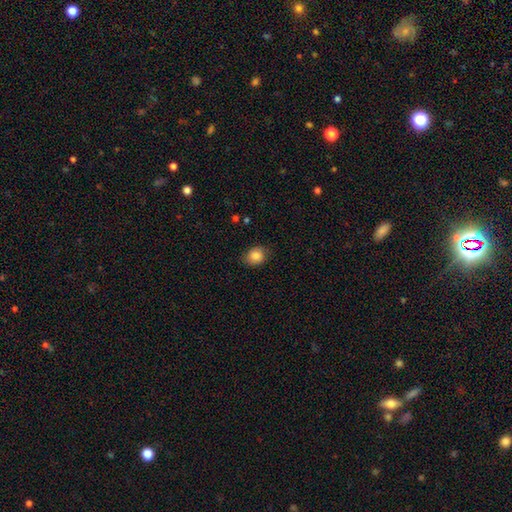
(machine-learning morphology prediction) Smooth or featured? Predicted: smooth (p=0.84). How rounded? Predicted: round (p=0.57). Merging? Predicted: none (p=0.79).